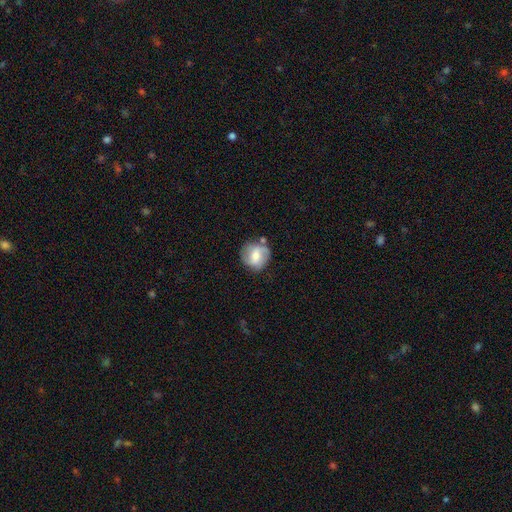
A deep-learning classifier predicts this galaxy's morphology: Smooth or featured? featured or disk (48%)
Merging? none (66%)